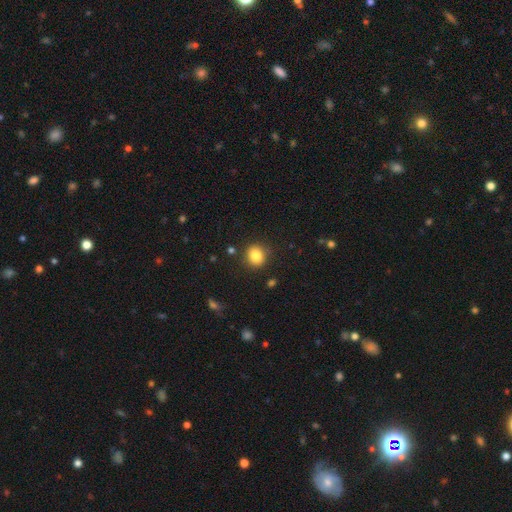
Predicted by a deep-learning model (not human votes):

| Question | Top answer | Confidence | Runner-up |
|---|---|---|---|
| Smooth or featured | smooth | 84% | star or artifact (11%) |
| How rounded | round | 76% | in between (23%) |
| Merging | none | 86% | minor disturbance (9%) |